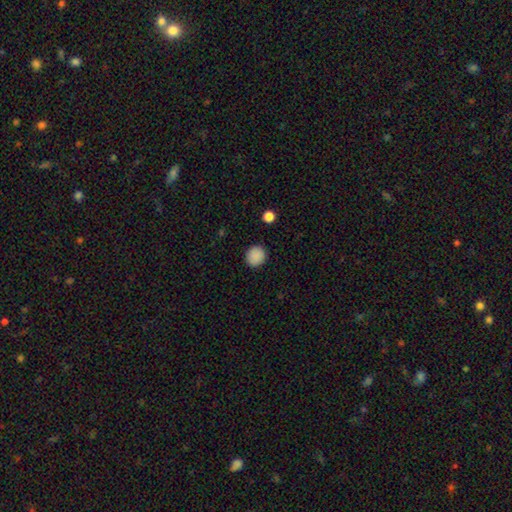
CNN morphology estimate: This is clearly a smooth galaxy (88%). How rounded: clearly round (88%). Merging: clearly none (90%).